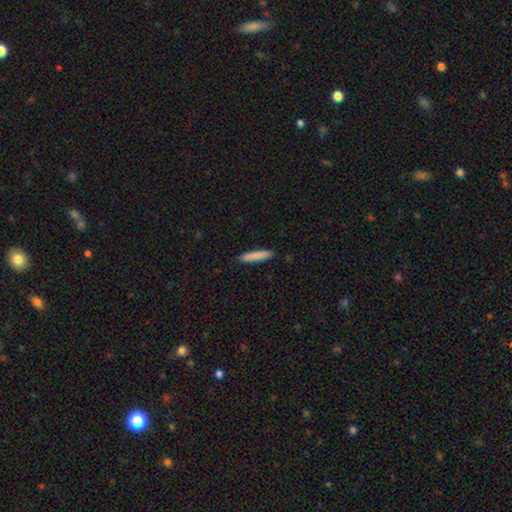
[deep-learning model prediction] Smooth or featured? smooth (85%)
How rounded? cigar-shaped (91%)
Merging? none (91%)